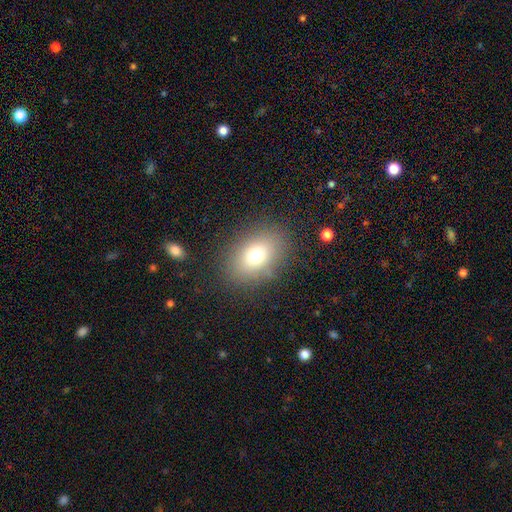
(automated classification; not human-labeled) Smooth or featured?
  - smooth: 74% *
  - featured or disk: 14%
  - star or artifact: 12%
How rounded?
  - in between: 76% *
  - round: 22%
  - cigar-shaped: 1%
Merging?
  - none: 83% *
  - minor disturbance: 11%
  - major disturbance: 5%
  - merger: 2%